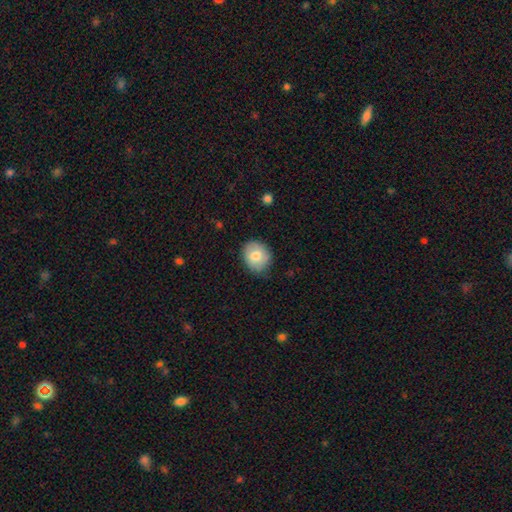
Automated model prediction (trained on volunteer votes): smooth_or_featured: smooth (p=0.75) [alt: featured or disk p=0.17]
how_rounded: round (p=0.63) [alt: in between p=0.36]
merging: none (p=0.78) [alt: minor disturbance p=0.17]